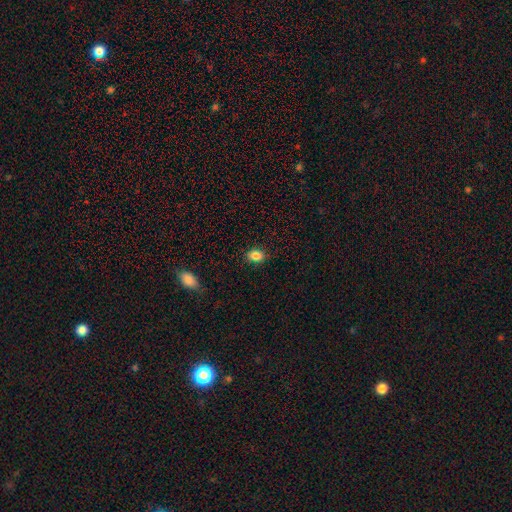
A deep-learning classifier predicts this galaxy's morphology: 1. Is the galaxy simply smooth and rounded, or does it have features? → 86% smooth, 9% star or artifact, 5% featured or disk.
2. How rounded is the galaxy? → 70% in between, 28% round, 1% cigar-shaped.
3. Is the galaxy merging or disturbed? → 87% none, 10% minor disturbance, 2% major disturbance, 1% merger.